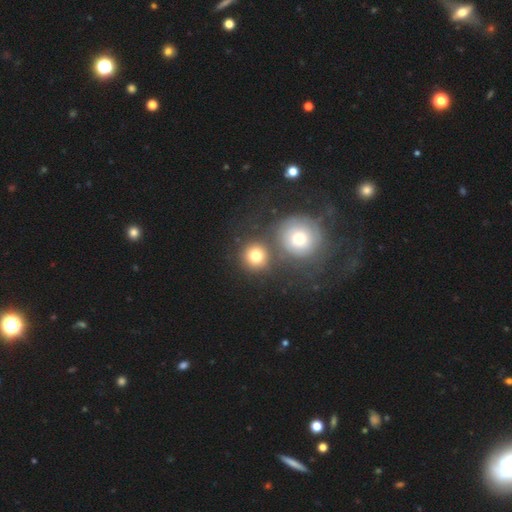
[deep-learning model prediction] This appears to be a smooth galaxy with no disk features (75%) that is round (92%). Merging: none (63%).